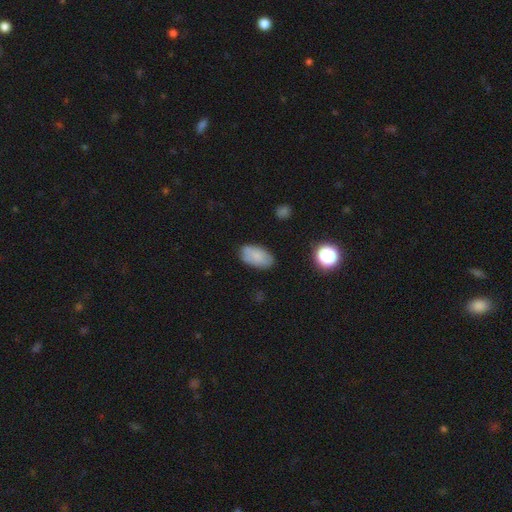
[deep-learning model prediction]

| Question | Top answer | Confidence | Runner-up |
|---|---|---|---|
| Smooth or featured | smooth | 74% | featured or disk (17%) |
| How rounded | in between | 94% | round (4%) |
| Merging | none | 73% | minor disturbance (20%) |